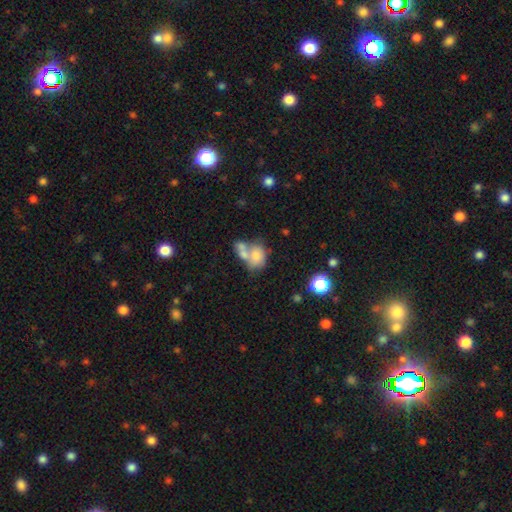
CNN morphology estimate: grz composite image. It shows a smooth galaxy with no disk features (67%) that is in between round and cigar-shaped (65%). Merging: merger (64%).